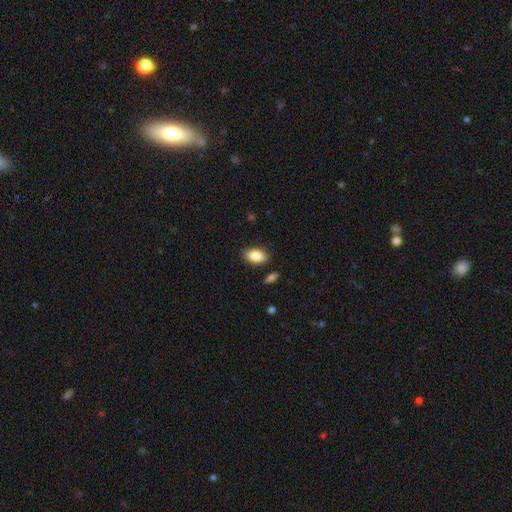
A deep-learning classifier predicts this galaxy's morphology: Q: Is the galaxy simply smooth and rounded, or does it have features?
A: smooth — 87%.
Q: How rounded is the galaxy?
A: in between — 89%.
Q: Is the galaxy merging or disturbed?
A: none — 84%.